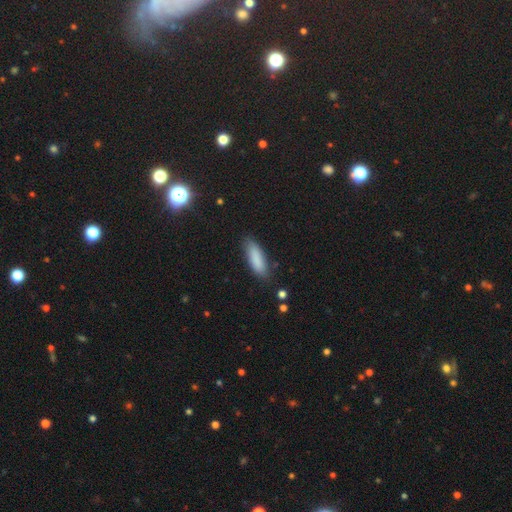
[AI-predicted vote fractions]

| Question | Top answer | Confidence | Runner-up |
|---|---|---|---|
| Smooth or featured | smooth | 86% | star or artifact (8%) |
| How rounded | in between | 52% | cigar-shaped (46%) |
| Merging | none | 82% | minor disturbance (14%) |